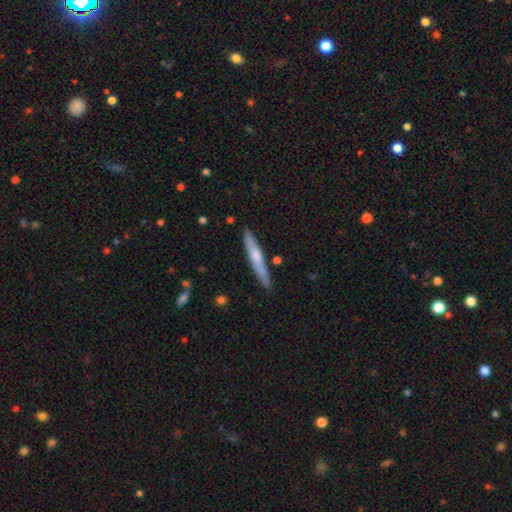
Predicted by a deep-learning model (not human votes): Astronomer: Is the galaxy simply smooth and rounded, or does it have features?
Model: featured or disk — 48% (runner-up: smooth, 46%).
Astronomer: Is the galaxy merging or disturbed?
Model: none — 86%.